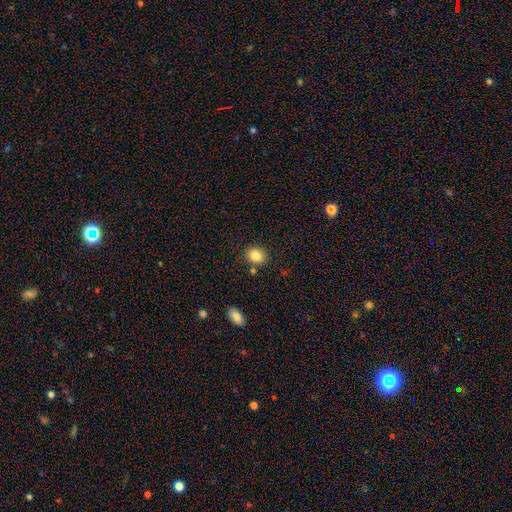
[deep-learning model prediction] Morphology: type=smooth (84%); roundness=round (51%); merging=none (81%).